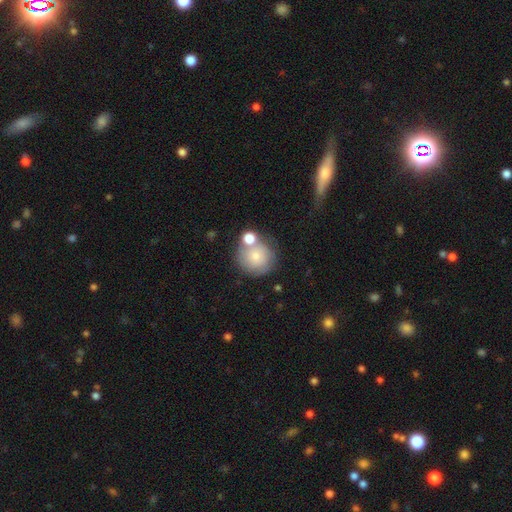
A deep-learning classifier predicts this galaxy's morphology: A smooth galaxy with no disk features (71%) that is round (89%).

Vote fractions:
- Smooth or featured? smooth: 71% / featured or disk: 20% / star or artifact: 9%
- How rounded? round: 89% / in between: 10% / cigar-shaped: 1%
- Merging? none: 52% / merger: 27% / minor disturbance: 15% / major disturbance: 6%